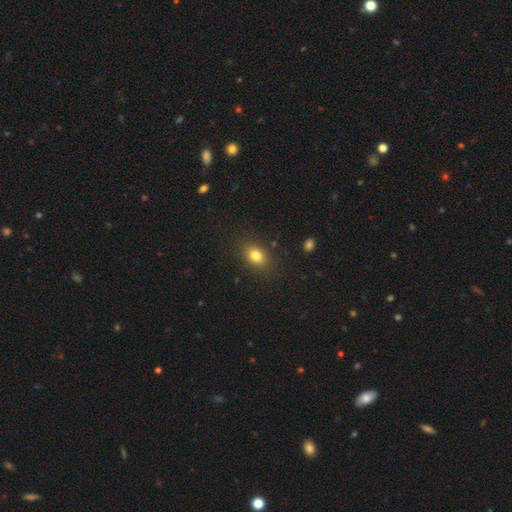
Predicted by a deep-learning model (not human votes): This appears to be a smooth galaxy with no disk features (80%) that is in between round and cigar-shaped (70%). Merging: none (85%).